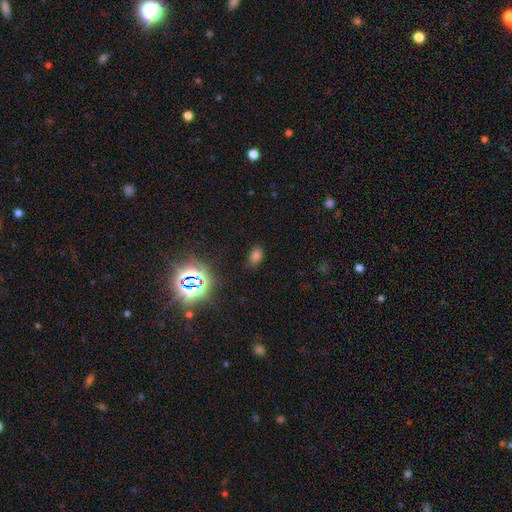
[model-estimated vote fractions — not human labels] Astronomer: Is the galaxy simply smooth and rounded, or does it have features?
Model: smooth — 64%.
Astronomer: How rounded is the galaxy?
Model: in between — 86%.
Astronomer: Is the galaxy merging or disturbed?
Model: none — 83%.